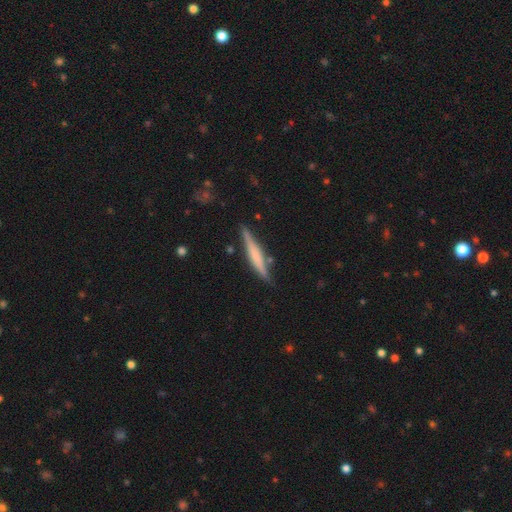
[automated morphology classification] type=featured or disk (53%); edge-on=yes (97%); edge-on bulge=rounded (39%); merging=none (83%).